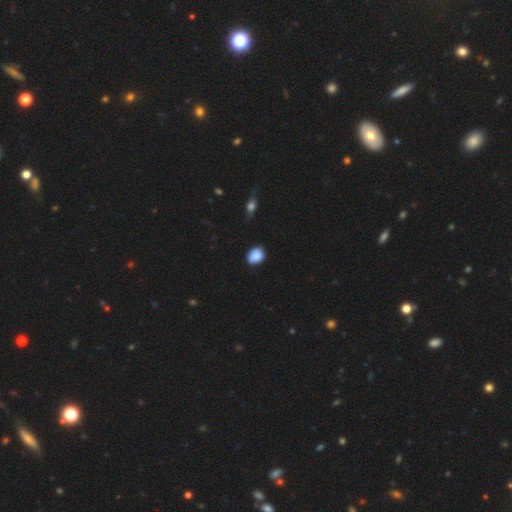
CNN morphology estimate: Smooth or featured?
  - smooth: 88% *
  - star or artifact: 8%
  - featured or disk: 4%
How rounded?
  - in between: 50% *
  - round: 49%
  - cigar-shaped: 1%
Merging?
  - none: 81% *
  - minor disturbance: 15%
  - major disturbance: 2%
  - merger: 2%